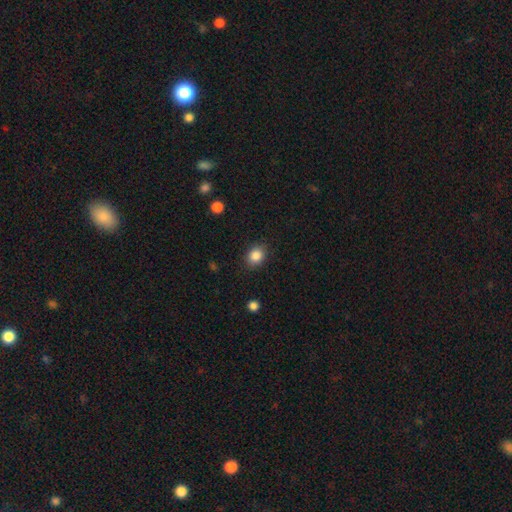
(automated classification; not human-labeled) smooth-or-featured: smooth: 86% | star or artifact: 9% | featured or disk: 5%
  how-rounded: in between: 50% | round: 49% | cigar-shaped: 1%
  merging: none: 87% | minor disturbance: 10% | major disturbance: 3% | merger: 1%